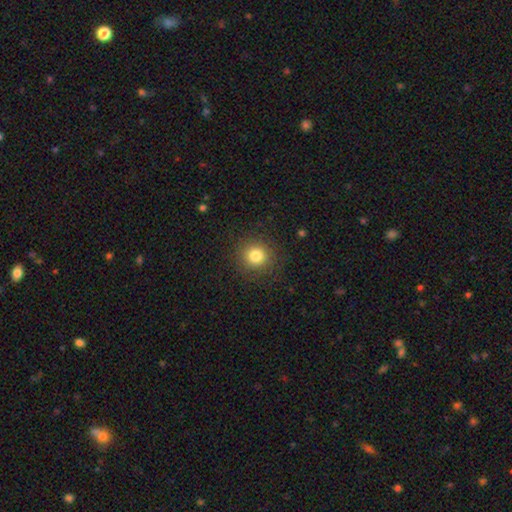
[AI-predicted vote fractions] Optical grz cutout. It shows a smooth galaxy with no disk features (81%) that is round (92%). Merging: none (89%).